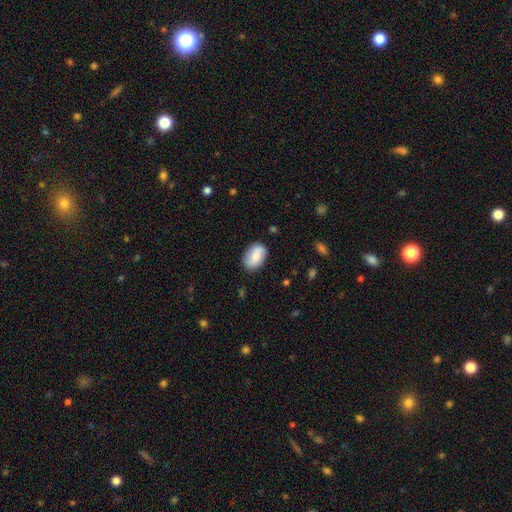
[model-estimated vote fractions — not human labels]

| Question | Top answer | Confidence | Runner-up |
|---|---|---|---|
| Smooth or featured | smooth | 69% | featured or disk (24%) |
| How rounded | in between | 85% | round (13%) |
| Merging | none | 81% | minor disturbance (14%) |